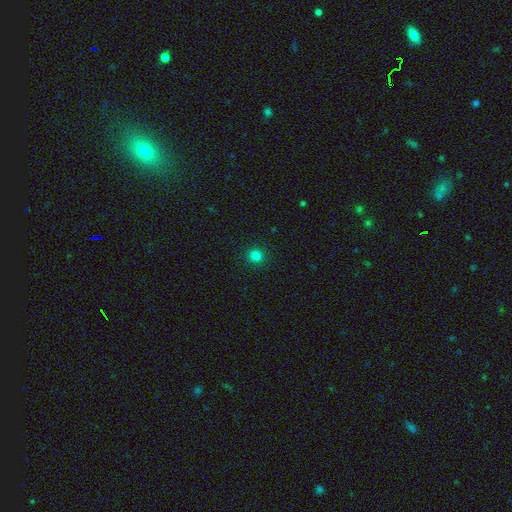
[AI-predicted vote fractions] Smooth or featured: smooth — 81% (star or artifact — 15%)
How rounded: round — 94% (in between — 5%)
Merging: none — 92% (minor disturbance — 5%)